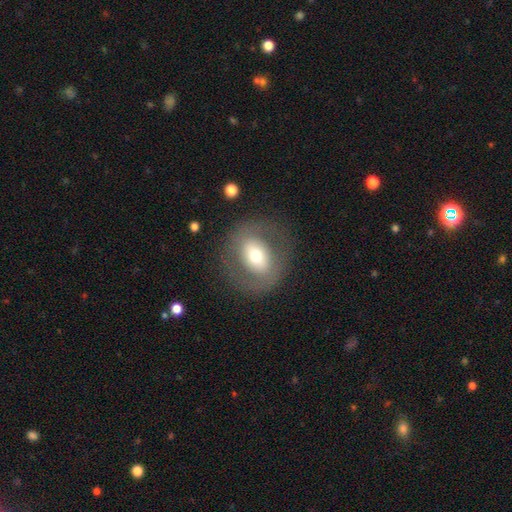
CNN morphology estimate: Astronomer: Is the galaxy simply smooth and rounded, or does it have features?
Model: smooth — 47% (runner-up: featured or disk, 45%).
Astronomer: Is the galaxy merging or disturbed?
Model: none — 79%.